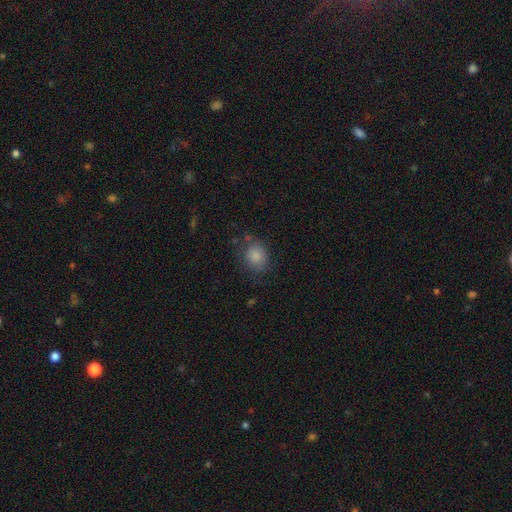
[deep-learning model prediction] Morphology: type=smooth (84%); roundness=round (58%); merging=none (70%).